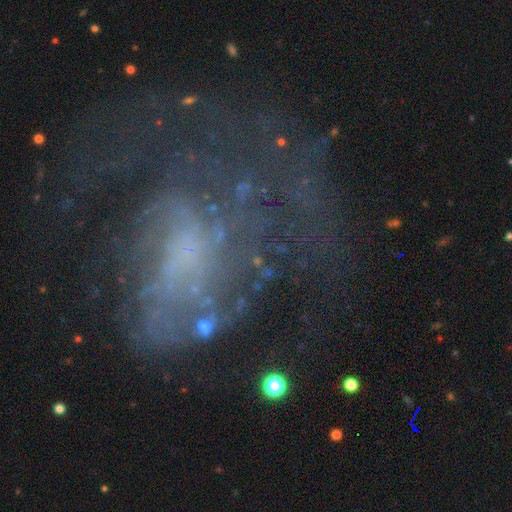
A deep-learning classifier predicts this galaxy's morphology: type=featured or disk (61%); edge-on=no (97%); bar=no (69%); spiral arms=yes (59%); bulge=none (51%); merging=none (43%).